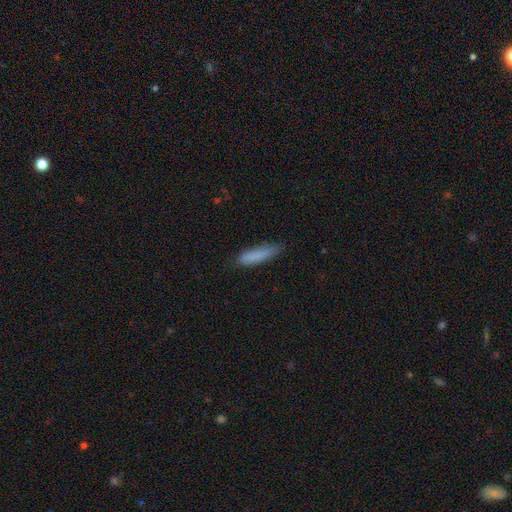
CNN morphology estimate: Smooth or featured: smooth — 84% (featured or disk — 9%)
How rounded: cigar-shaped — 80% (in between — 18%)
Merging: none — 78% (minor disturbance — 17%)